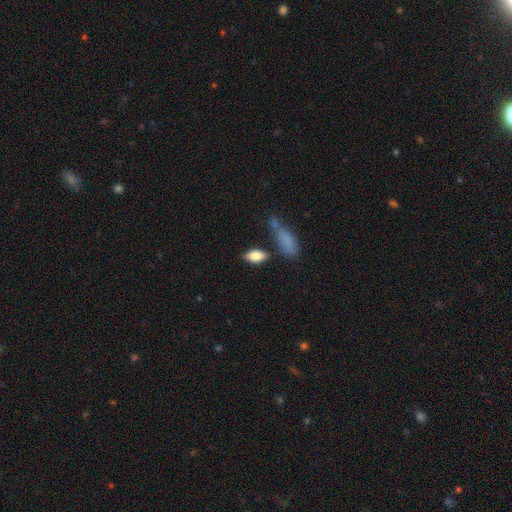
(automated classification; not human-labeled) This appears to be a smooth galaxy with no disk features (78%) that is in between round and cigar-shaped (87%). Merging: none (64%).